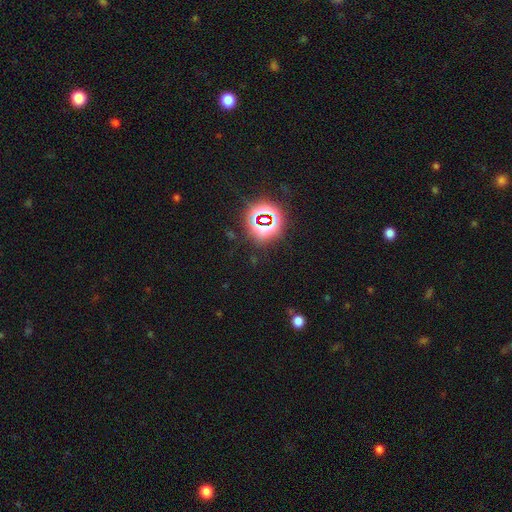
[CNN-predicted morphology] type=star or artifact (77%).